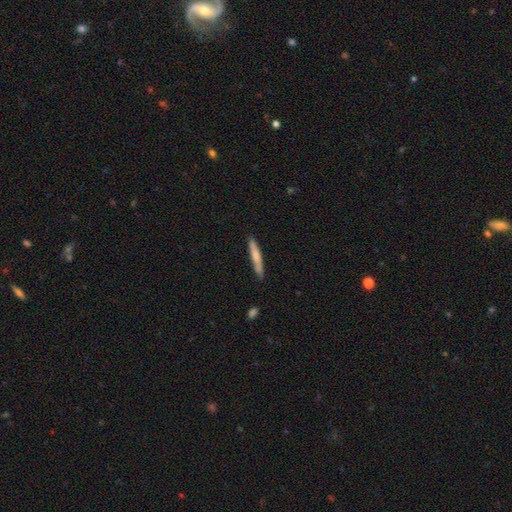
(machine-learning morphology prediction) Overall: smooth (68%). How rounded: cigar-shaped (94%). Merging: none (83%).